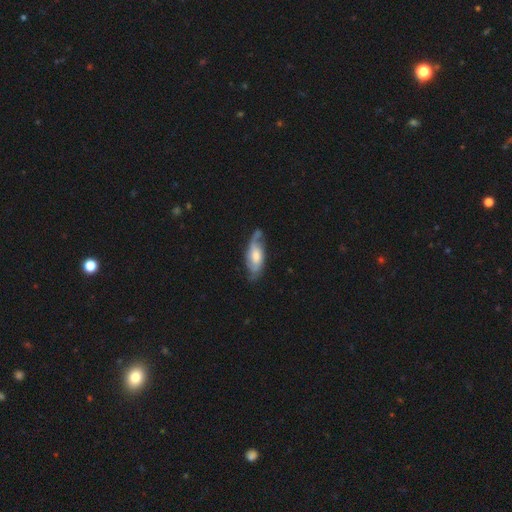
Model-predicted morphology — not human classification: This is likely a featured or disk galaxy (67%). It is clearly not viewed edge-on (87%). Bar: possibly no (57%). Spiral arm pattern: clearly yes (90%). Spiral arm count: likely 2 (65%). Spiral winding: marginally medium (42%). Central bulge: possibly moderate (51%). Merging: possibly none (58%).